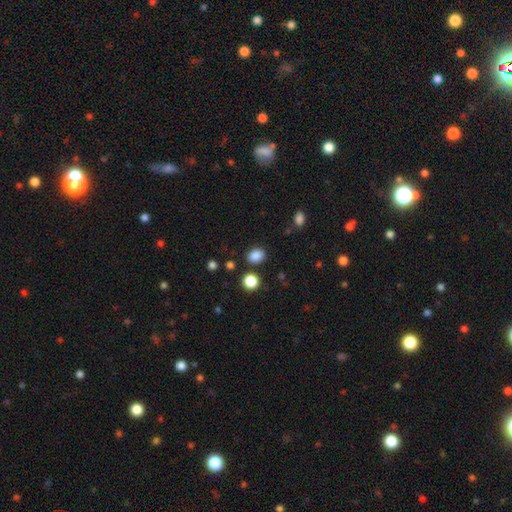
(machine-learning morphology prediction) Smooth or featured: smooth — 85% (star or artifact — 11%)
How rounded: in between — 50% (round — 49%)
Merging: none — 84% (minor disturbance — 9%)